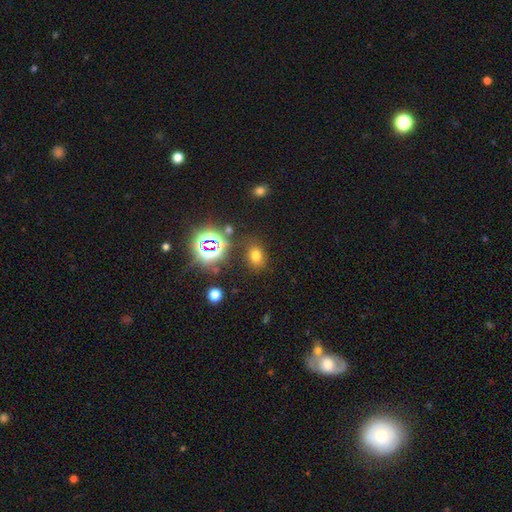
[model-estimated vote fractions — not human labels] Q: Smooth or featured?
A: smooth (65%); runner-up: star or artifact (27%)
Q: How rounded?
A: in between (60%); runner-up: round (39%)
Q: Merging?
A: none (81%); runner-up: minor disturbance (11%)